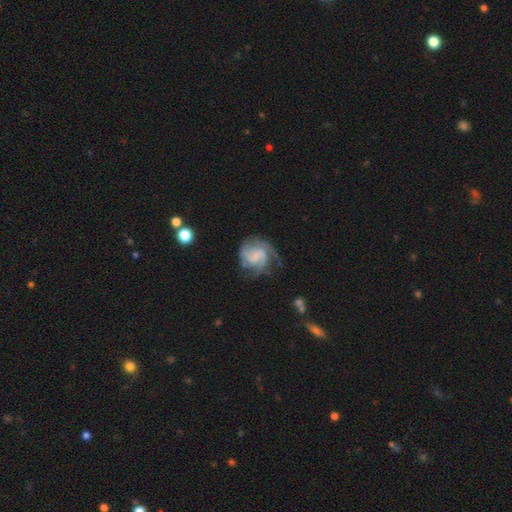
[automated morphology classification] Smooth or featured?
  - featured or disk: 80% *
  - smooth: 14%
  - star or artifact: 6%
Edge-on disk?
  - no: 98% *
  - yes: 2%
Bar?
  - no: 47% *
  - weak: 41%
  - strong: 11%
Spiral arms?
  - yes: 94% *
  - no: 6%
Spiral winding?
  - medium: 45% *
  - tight: 38%
  - loose: 18%
Spiral arm count?
  - 2: 35% *
  - 3: 31%
  - can't tell: 18%
  - 1: 7%
  - 4: 5%
  - more than 4: 4%
Bulge size?
  - none: 56% *
  - small: 26%
  - moderate: 12%
  - large: 5%
  - dominant: 1%
Merging?
  - none: 56% *
  - minor disturbance: 22%
  - major disturbance: 20%
  - merger: 2%